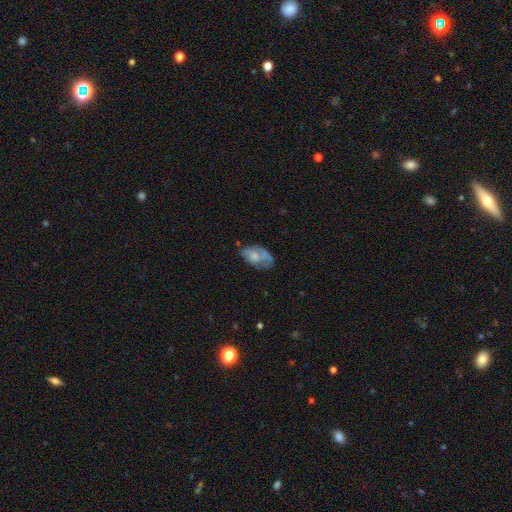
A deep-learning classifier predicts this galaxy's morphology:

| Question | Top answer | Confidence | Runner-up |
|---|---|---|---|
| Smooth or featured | smooth | 54% | featured or disk (38%) |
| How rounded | in between | 91% | round (7%) |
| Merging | none | 45% | minor disturbance (31%) |